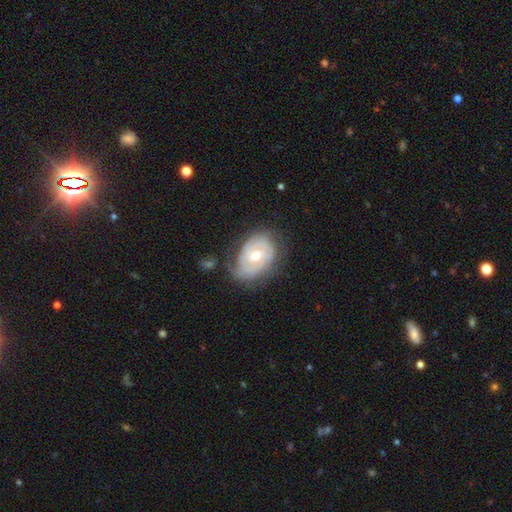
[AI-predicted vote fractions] smooth_or_featured: featured or disk (p=0.80) [alt: smooth p=0.14]
disk_edge_on: no (p=0.97) [alt: yes p=0.03]
bar: no (p=0.53) [alt: weak p=0.39]
has_spiral_arms: yes (p=0.91) [alt: no p=0.09]
spiral_winding: tight (p=0.67) [alt: medium p=0.26]
spiral_arm_count: 2 (p=0.44) [alt: can't tell p=0.29]
bulge_size: moderate (p=0.70) [alt: small p=0.25]
merging: none (p=0.59) [alt: minor disturbance p=0.27]